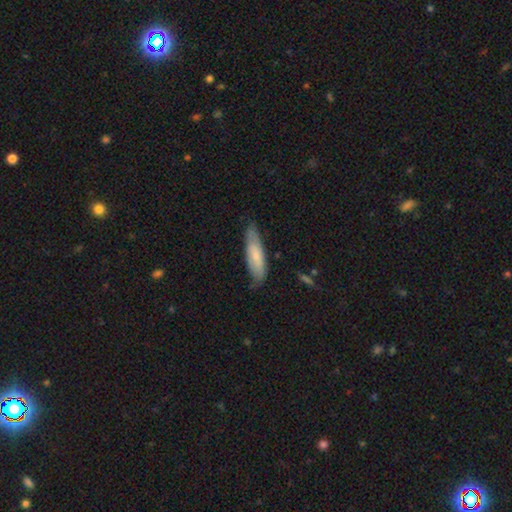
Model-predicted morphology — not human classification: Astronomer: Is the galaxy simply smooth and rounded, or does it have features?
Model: smooth — 66%.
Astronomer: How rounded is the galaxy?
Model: cigar-shaped — 60% (runner-up: in between, 38%).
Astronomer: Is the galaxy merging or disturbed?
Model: none — 69%.